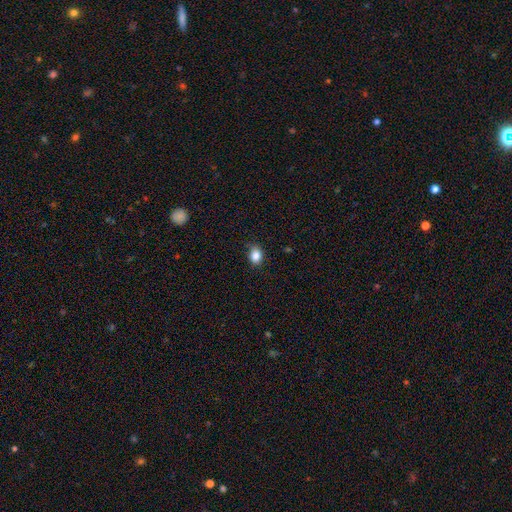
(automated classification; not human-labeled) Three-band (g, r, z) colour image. It shows a smooth galaxy with no disk features (86%) that is in between round and cigar-shaped (56%). Merging: none (82%).